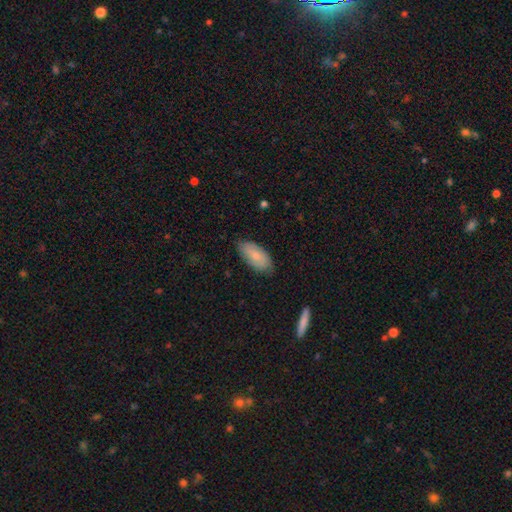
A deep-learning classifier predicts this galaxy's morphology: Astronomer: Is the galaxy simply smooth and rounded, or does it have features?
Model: smooth — 79%.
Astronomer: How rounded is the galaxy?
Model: in between — 92%.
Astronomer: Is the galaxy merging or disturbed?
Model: none — 79%.